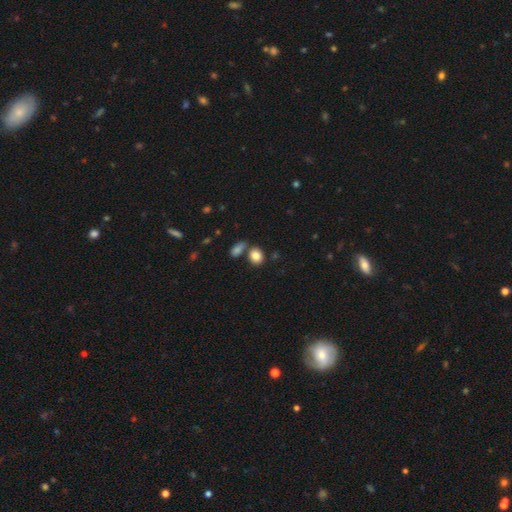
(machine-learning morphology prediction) Q: Smooth or featured?
A: smooth (84%); runner-up: star or artifact (9%)
Q: How rounded?
A: in between (56%); runner-up: round (43%)
Q: Merging?
A: none (61%); runner-up: merger (25%)